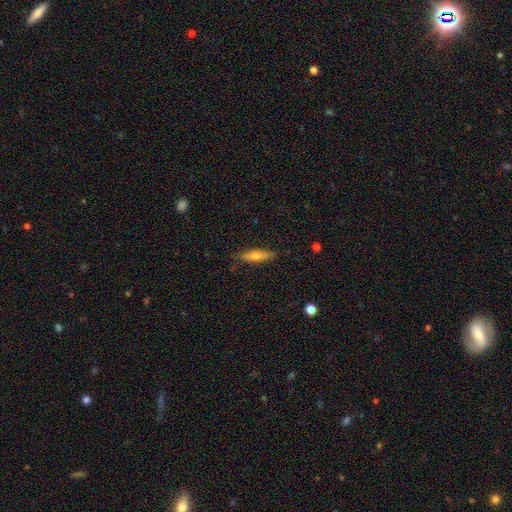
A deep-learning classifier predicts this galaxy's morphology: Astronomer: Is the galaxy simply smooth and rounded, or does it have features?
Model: smooth — 52% (runner-up: featured or disk, 41%).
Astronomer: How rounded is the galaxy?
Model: cigar-shaped — 83%.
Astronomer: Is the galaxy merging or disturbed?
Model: none — 86%.